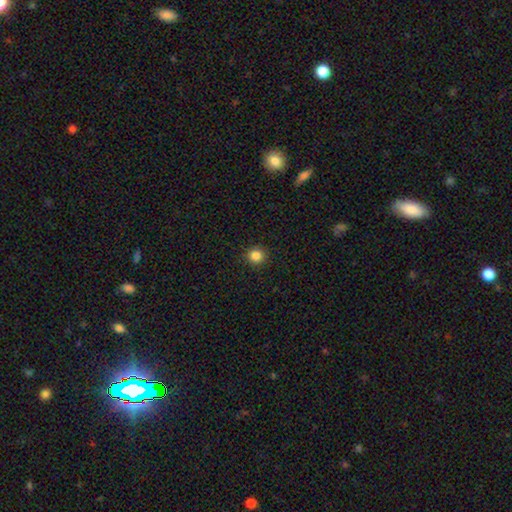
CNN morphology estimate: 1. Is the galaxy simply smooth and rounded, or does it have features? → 85% smooth, 11% star or artifact, 4% featured or disk.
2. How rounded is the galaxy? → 93% round, 6% in between, 1% cigar-shaped.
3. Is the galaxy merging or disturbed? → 92% none, 5% minor disturbance, 2% major disturbance, 1% merger.